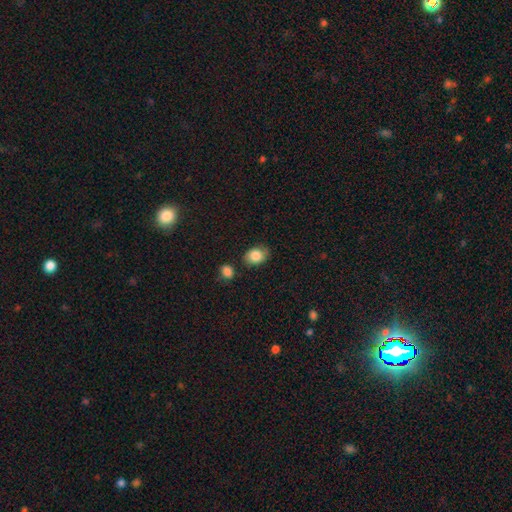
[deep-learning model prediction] This is clearly a smooth galaxy (85%). How rounded: likely in between (67%). Merging: likely none (76%).